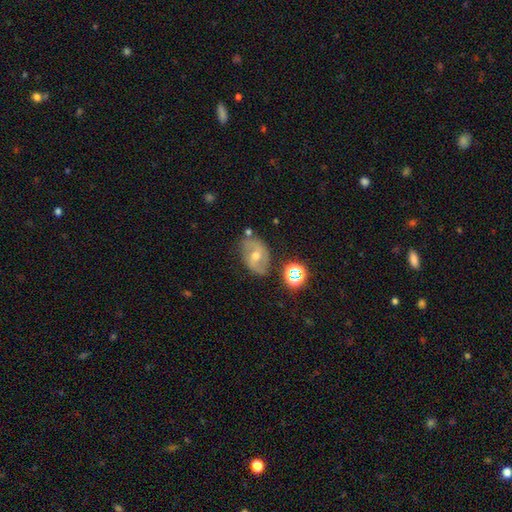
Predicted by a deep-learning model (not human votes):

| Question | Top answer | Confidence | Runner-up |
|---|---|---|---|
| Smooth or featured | featured or disk | 62% | smooth (26%) |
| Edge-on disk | no | 95% | yes (5%) |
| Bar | weak | 43% | no (36%) |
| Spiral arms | yes | 72% | no (28%) |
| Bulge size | moderate | 65% | small (29%) |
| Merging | none | 70% | minor disturbance (18%) |